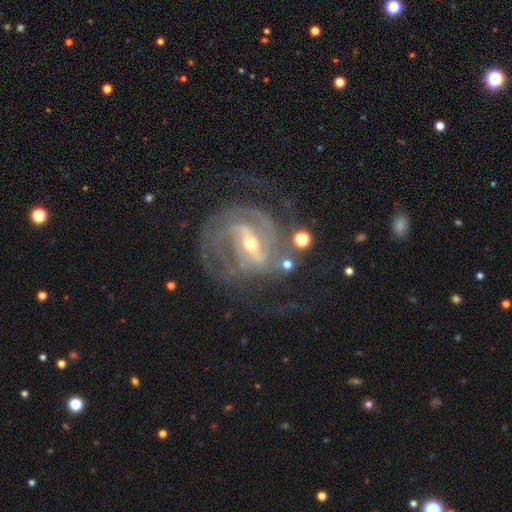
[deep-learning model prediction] Q: Smooth or featured?
A: featured or disk (91%); runner-up: star or artifact (6%)
Q: Edge-on disk?
A: no (96%); runner-up: yes (4%)
Q: Bar?
A: strong (60%); runner-up: weak (31%)
Q: Spiral arms?
A: yes (97%); runner-up: no (3%)
Q: Spiral winding?
A: tight (54%); runner-up: medium (37%)
Q: Spiral arm count?
A: 2 (42%); runner-up: 3 (22%)
Q: Bulge size?
A: small (59%); runner-up: moderate (37%)
Q: Merging?
A: none (65%); runner-up: minor disturbance (17%)